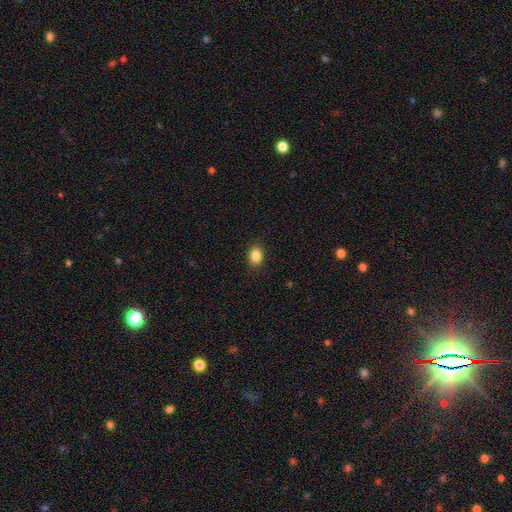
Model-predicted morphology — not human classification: Smooth or featured?
  - smooth: 85% *
  - star or artifact: 10%
  - featured or disk: 5%
How rounded?
  - in between: 61% *
  - round: 38%
  - cigar-shaped: 1%
Merging?
  - none: 89% *
  - minor disturbance: 8%
  - major disturbance: 2%
  - merger: 1%